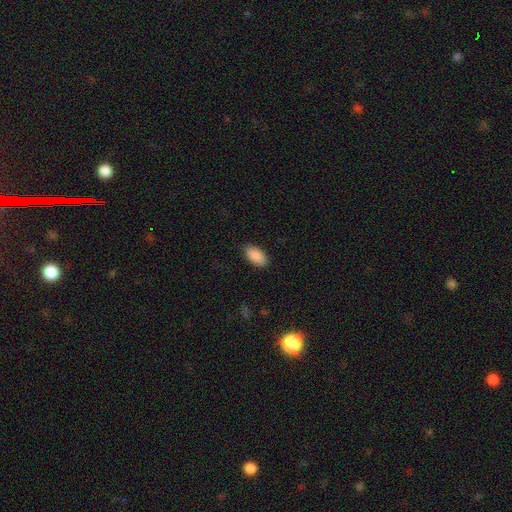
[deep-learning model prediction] Q: Smooth or featured?
A: smooth (90%); runner-up: star or artifact (6%)
Q: How rounded?
A: in between (95%); runner-up: cigar-shaped (3%)
Q: Merging?
A: none (89%); runner-up: minor disturbance (8%)